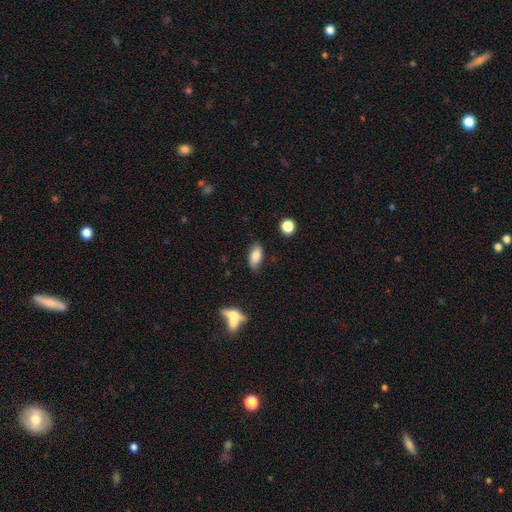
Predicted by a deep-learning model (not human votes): Q: Smooth or featured?
A: smooth (83%); runner-up: featured or disk (9%)
Q: How rounded?
A: in between (88%); runner-up: cigar-shaped (8%)
Q: Merging?
A: none (81%); runner-up: minor disturbance (14%)